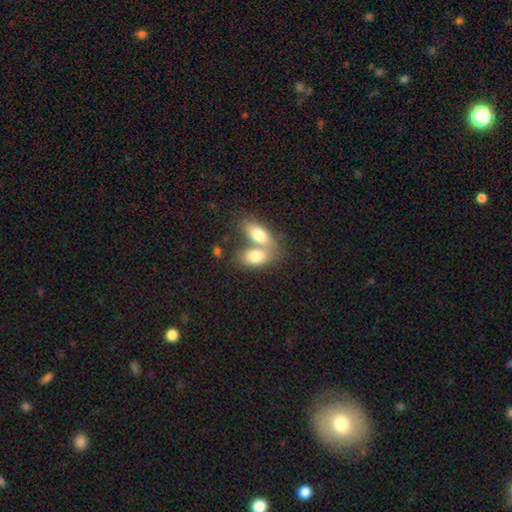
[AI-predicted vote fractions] Morphology: type=smooth (77%); roundness=in between (88%); merging=merger (65%).